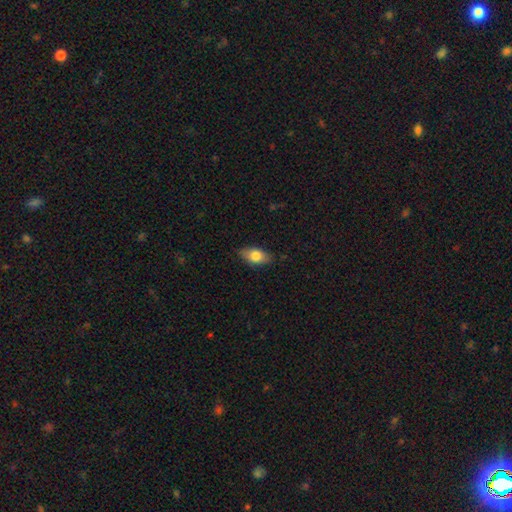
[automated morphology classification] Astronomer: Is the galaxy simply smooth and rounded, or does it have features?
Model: smooth — 76%.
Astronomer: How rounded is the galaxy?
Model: in between — 87%.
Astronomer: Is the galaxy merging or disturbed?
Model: none — 82%.